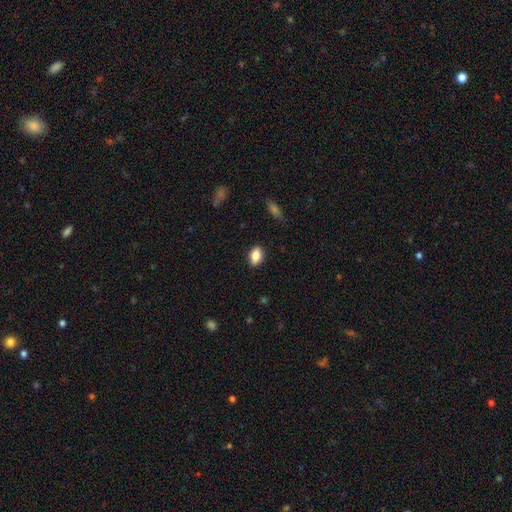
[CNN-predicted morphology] A smooth galaxy with no disk features (81%) that is in between round and cigar-shaped (83%). Merging: none (87%).